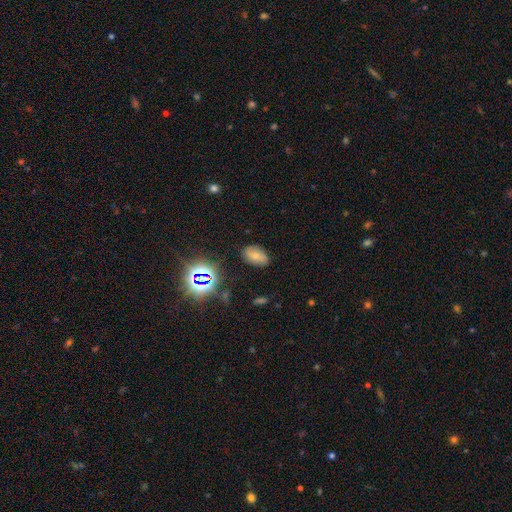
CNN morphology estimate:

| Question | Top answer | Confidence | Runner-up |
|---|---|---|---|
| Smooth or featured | smooth | 62% | star or artifact (20%) |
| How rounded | in between | 89% | round (9%) |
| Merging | none | 81% | minor disturbance (14%) |